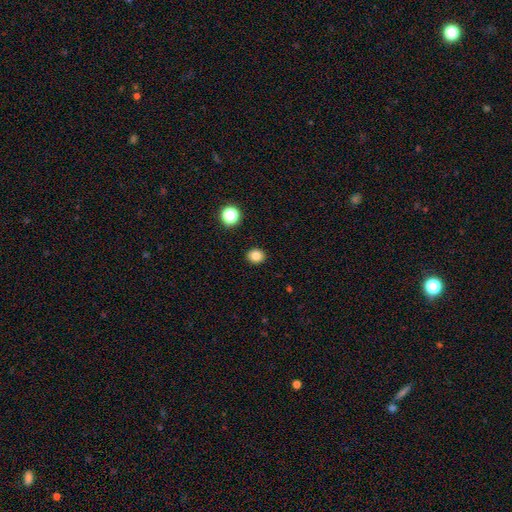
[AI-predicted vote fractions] smooth_or_featured: smooth (p=0.83) [alt: star or artifact p=0.12]
how_rounded: round (p=0.75) [alt: in between p=0.24]
merging: none (p=0.91) [alt: minor disturbance p=0.06]